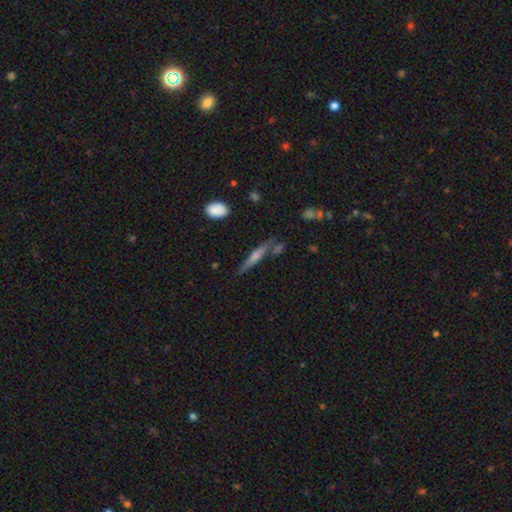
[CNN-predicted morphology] The model was most divided on "smooth or featured": featured or disk: 53%, smooth: 38%, star or artifact: 8%. More confident: edge-on disk — yes (94%); merging — none (74%); edge-on bulge — rounded (70%).